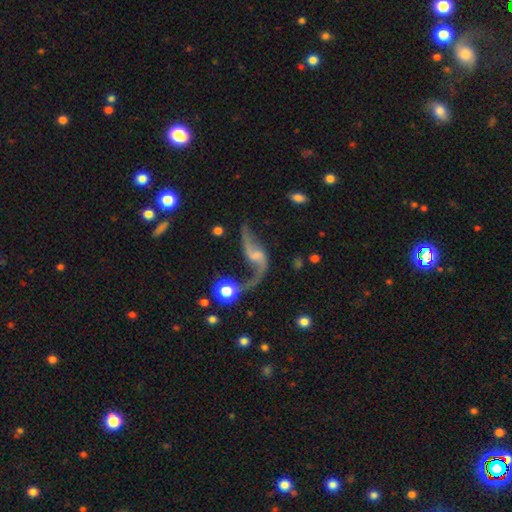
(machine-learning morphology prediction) Smooth or featured? Predicted: featured or disk (p=0.86). Edge-on disk? Predicted: no (p=0.95). Bar? Predicted: no (p=0.44). Spiral arms? Predicted: yes (p=0.94). Spiral winding? Predicted: loose (p=0.92). Spiral arm count? Predicted: 2 (p=0.91). Bulge size? Predicted: small (p=0.41). Merging? Predicted: none (p=0.54).